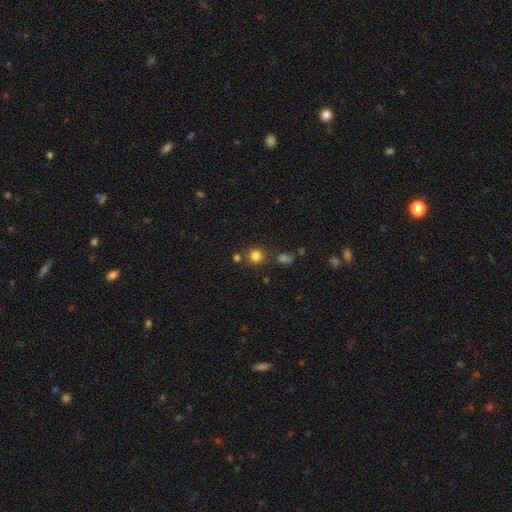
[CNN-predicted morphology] Smooth or featured? Predicted: smooth (p=0.79). How rounded? Predicted: round (p=0.91). Merging? Predicted: none (p=0.79).